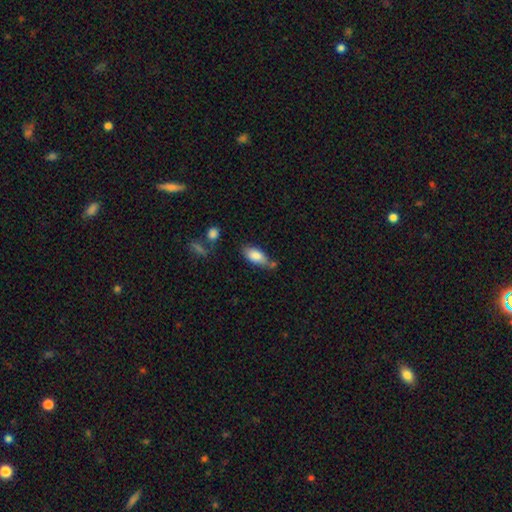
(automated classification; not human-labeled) A smooth galaxy with no disk features (82%) that is in between round and cigar-shaped (88%). Merging: none (56%).